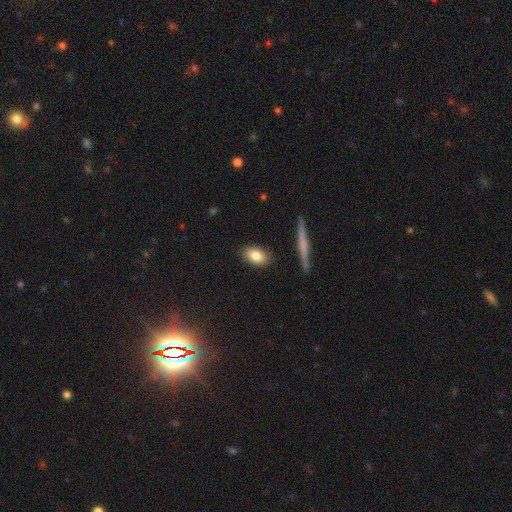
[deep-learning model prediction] Morphology: type=smooth (83%); roundness=in between (85%); merging=none (87%).